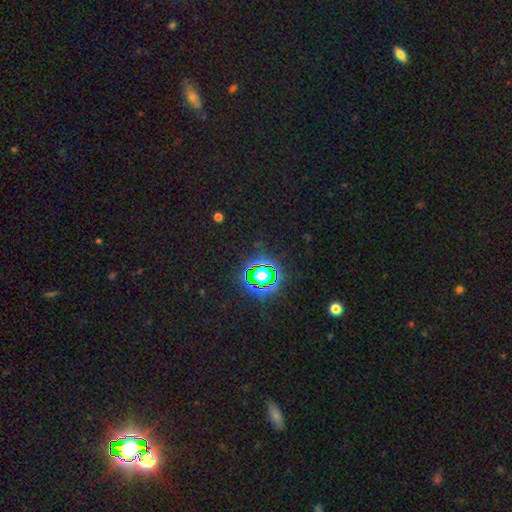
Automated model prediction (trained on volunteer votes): Smooth or featured: star or artifact — 76% (smooth — 16%)